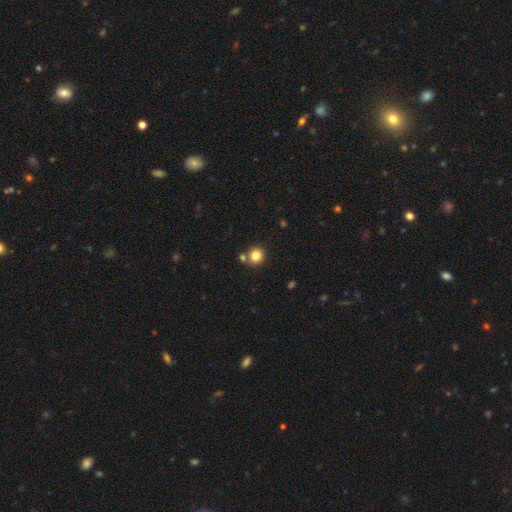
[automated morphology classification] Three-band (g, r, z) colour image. It shows a smooth galaxy with no disk features (83%) that is round (88%). Merging: none (76%).